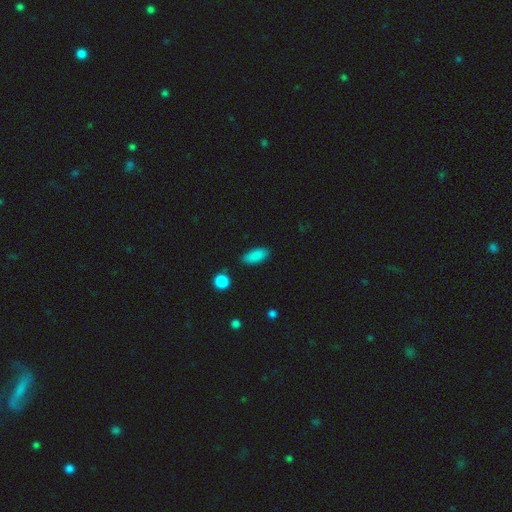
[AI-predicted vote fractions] Morphology: type=smooth (88%); roundness=in between (85%); merging=none (82%).